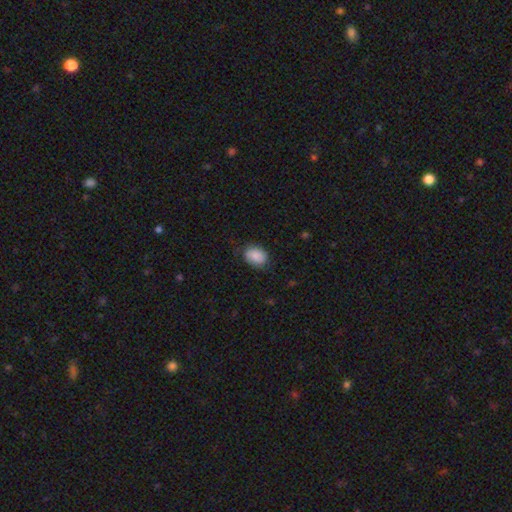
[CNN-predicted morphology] Smooth or featured? Predicted: smooth (p=0.85). How rounded? Predicted: in between (p=0.67). Merging? Predicted: none (p=0.76).